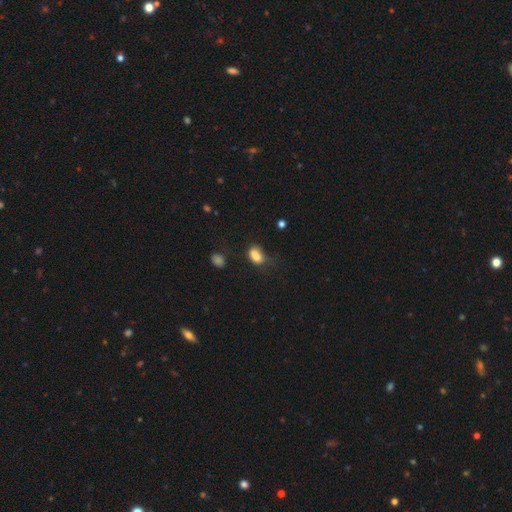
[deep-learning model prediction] smooth 81%, star or artifact 11%, featured or disk 8%. Down the decision tree: how rounded — in between (81%); merging — none (41%).